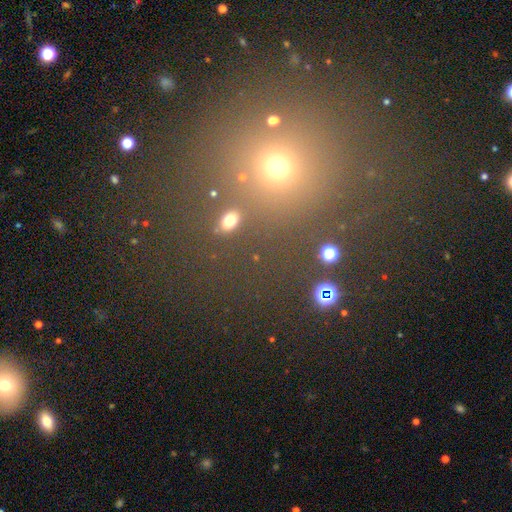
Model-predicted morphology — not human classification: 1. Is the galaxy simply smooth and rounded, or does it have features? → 49% star or artifact, 43% smooth, 8% featured or disk.